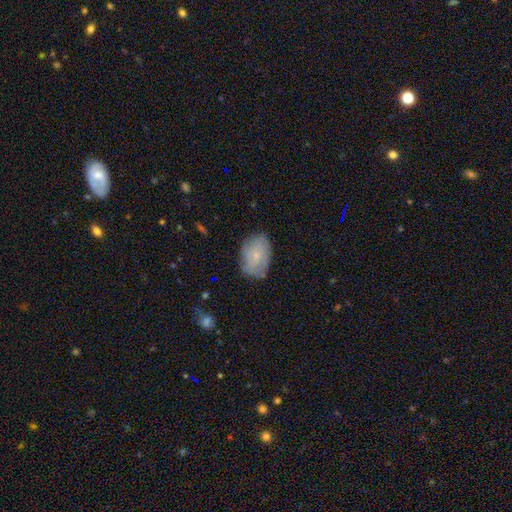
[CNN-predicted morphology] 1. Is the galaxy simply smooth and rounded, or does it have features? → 54% smooth, 38% featured or disk, 8% star or artifact.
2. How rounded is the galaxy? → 82% in between, 16% round, 1% cigar-shaped.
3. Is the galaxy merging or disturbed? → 73% none, 20% minor disturbance, 5% major disturbance, 1% merger.